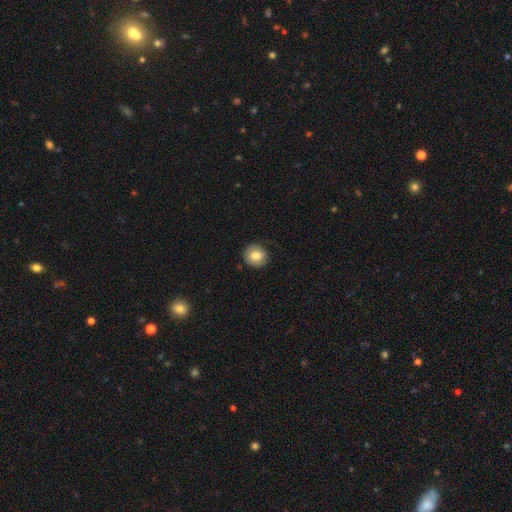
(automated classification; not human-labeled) smooth_or_featured: smooth (p=0.77) [alt: featured or disk p=0.14]
how_rounded: round (p=0.78) [alt: in between p=0.21]
merging: none (p=0.84) [alt: minor disturbance p=0.12]